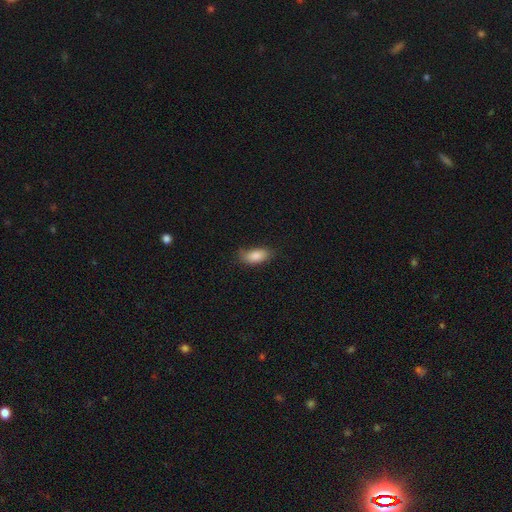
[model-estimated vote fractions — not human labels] Morphology: type=smooth (84%); roundness=in between (87%); merging=none (72%).